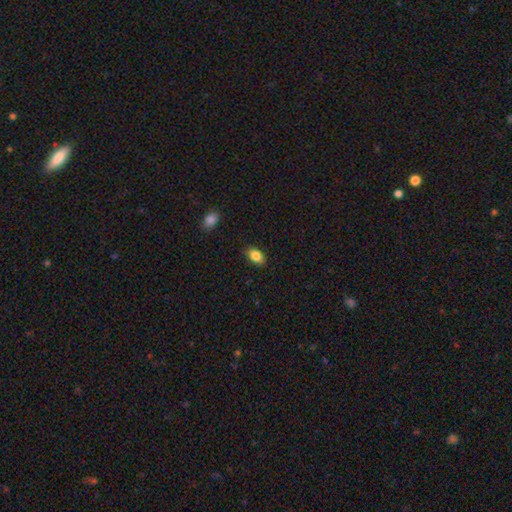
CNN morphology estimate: type=smooth (85%); roundness=in between (88%); merging=none (87%).